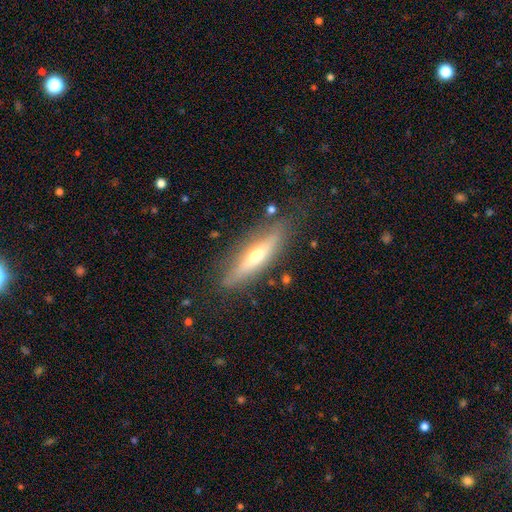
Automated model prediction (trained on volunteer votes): Smooth or featured? featured or disk (56%)
Edge-on disk? yes (85%)
Merging? none (79%)